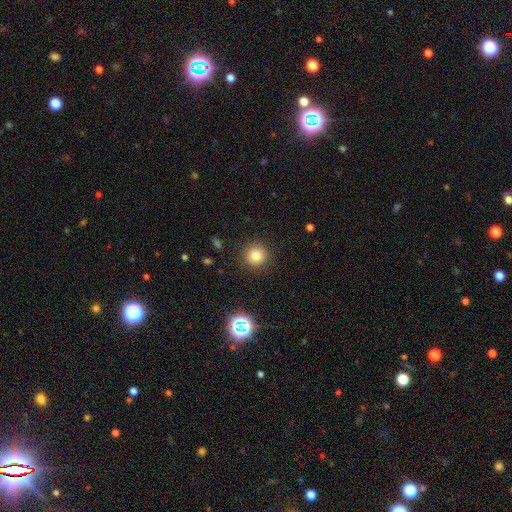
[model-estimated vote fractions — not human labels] Q: Smooth or featured?
A: smooth (79%); runner-up: star or artifact (14%)
Q: How rounded?
A: round (94%); runner-up: in between (5%)
Q: Merging?
A: none (90%); runner-up: minor disturbance (6%)